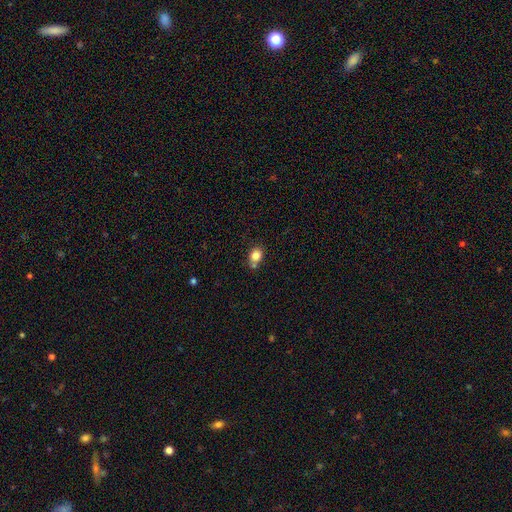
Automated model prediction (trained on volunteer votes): Morphology: type=smooth (82%); roundness=round (53%); merging=none (61%).